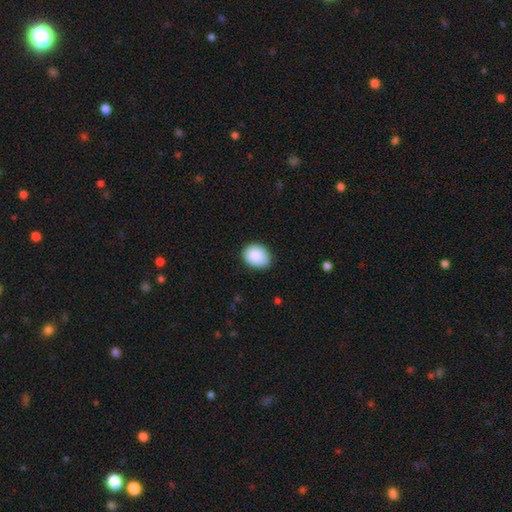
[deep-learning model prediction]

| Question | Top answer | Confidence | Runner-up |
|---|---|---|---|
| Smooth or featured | smooth | 89% | star or artifact (7%) |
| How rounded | in between | 51% | round (48%) |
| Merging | none | 82% | minor disturbance (15%) |